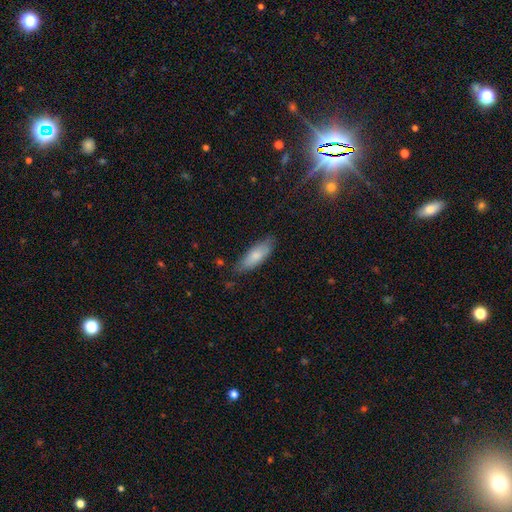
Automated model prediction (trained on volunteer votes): Smooth or featured: smooth — 78% (featured or disk — 16%)
How rounded: in between — 61% (cigar-shaped — 37%)
Merging: none — 76% (minor disturbance — 19%)